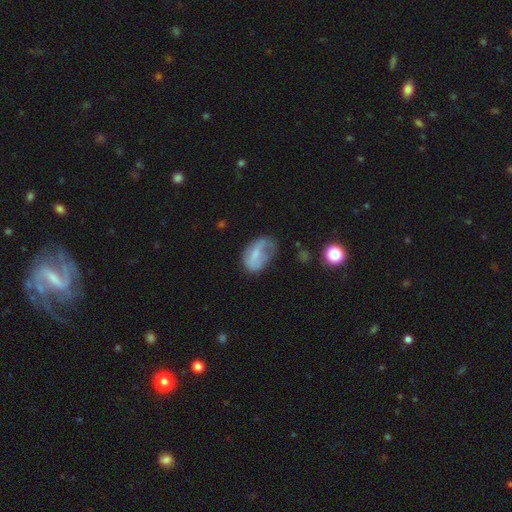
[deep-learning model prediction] Smooth or featured: smooth — 60% (featured or disk — 31%)
How rounded: in between — 88% (round — 10%)
Merging: minor disturbance — 35% (none — 33%)